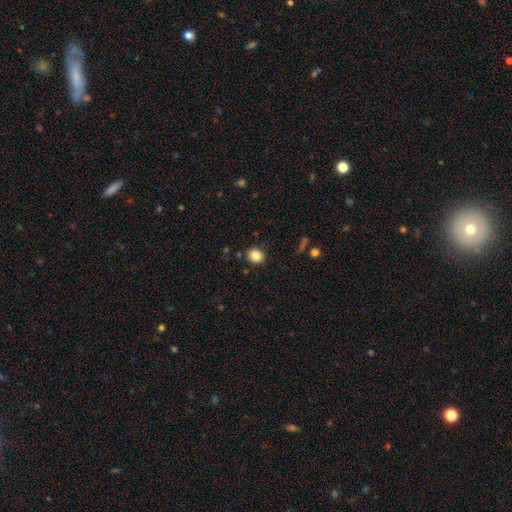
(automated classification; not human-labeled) smooth 85%, star or artifact 10%, featured or disk 5%. Down the decision tree: how rounded — round (66%); merging — none (88%).